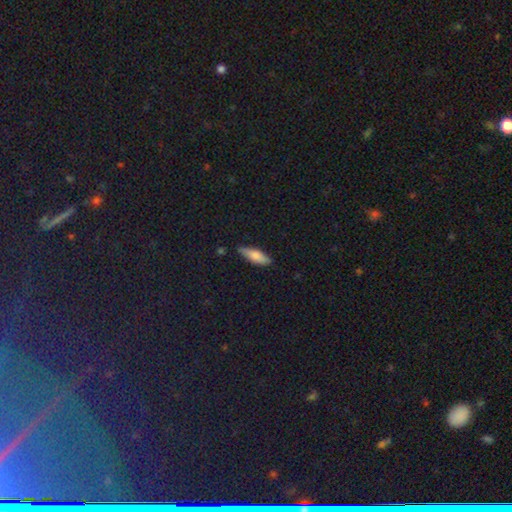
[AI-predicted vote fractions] smooth-or-featured: smooth: 71% | featured or disk: 22% | star or artifact: 7%
  how-rounded: in between: 49% (tied) | cigar-shaped: 49% (tied) | round: 2%
  merging: none: 82% | minor disturbance: 14% | major disturbance: 2% | merger: 2%